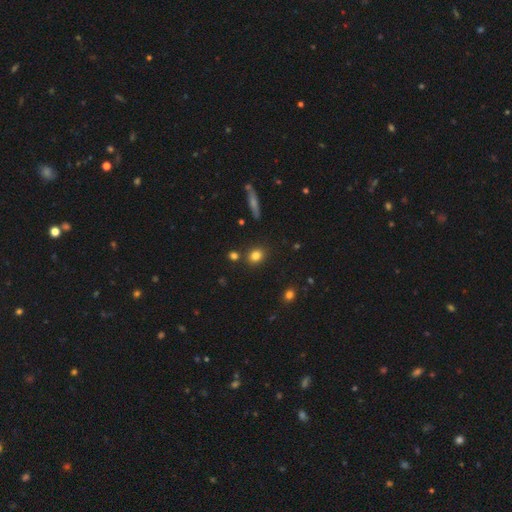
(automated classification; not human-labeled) smooth-or-featured: smooth: 81% | star or artifact: 12% | featured or disk: 8%
  how-rounded: round: 62% | in between: 36% | cigar-shaped: 2%
  merging: none: 83% | minor disturbance: 9% | merger: 6% | major disturbance: 2%